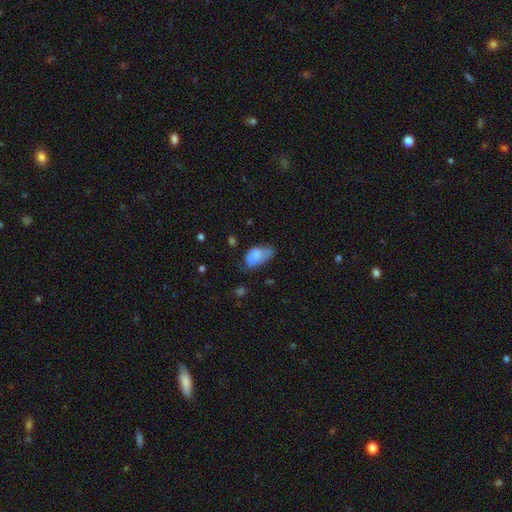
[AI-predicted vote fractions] smooth_or_featured: smooth (p=0.77) [alt: featured or disk p=0.16]
how_rounded: in between (p=0.92) [alt: round p=0.06]
merging: minor disturbance (p=0.41) [alt: none p=0.38]